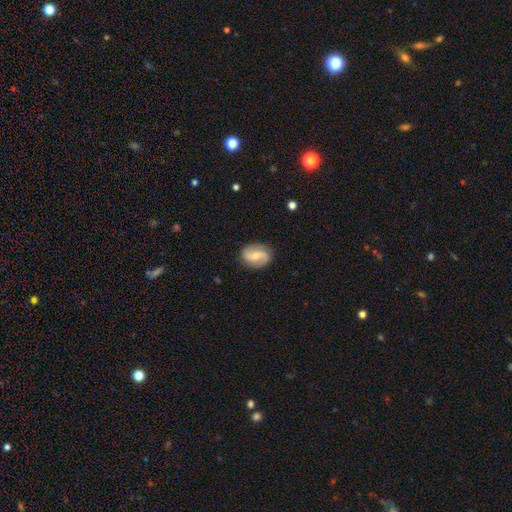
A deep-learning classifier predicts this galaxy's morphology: A featured or disk galaxy (68%) with a weak bar (44%), 2 (91%) loose (53%) spiral arms (92%) and a moderate central bulge (47%).

Vote fractions:
- Smooth or featured? featured or disk: 68% / smooth: 26% / star or artifact: 6%
- Edge-on disk? no: 97% / yes: 3%
- Bar? weak: 44% / no: 38% / strong: 18%
- Spiral arms? yes: 92% / no: 8%
- Spiral winding? loose: 53% / medium: 33% / tight: 14%
- Spiral arm count? 2: 91% / can't tell: 4% / 1: 2% / 3: 1% / 4: 1% / more than 4: 1%
- Bulge size? moderate: 47% / small: 46% / none: 3% / large: 2% / dominant: 1%
- Merging? none: 85% / minor disturbance: 11% / major disturbance: 3% / merger: 1%